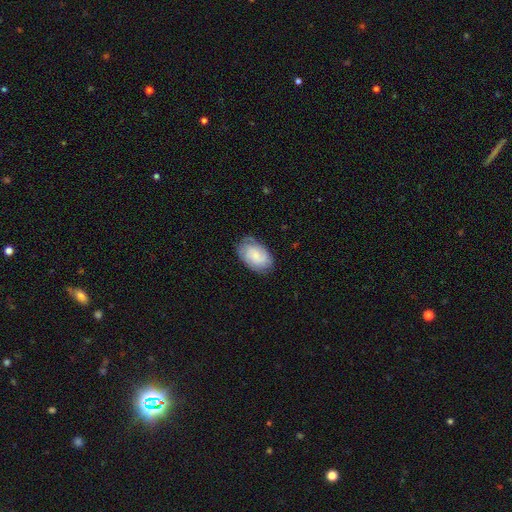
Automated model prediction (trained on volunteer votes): Q: Smooth or featured?
A: smooth (54%); runner-up: featured or disk (38%)
Q: How rounded?
A: in between (90%); runner-up: round (9%)
Q: Merging?
A: none (72%); runner-up: minor disturbance (22%)